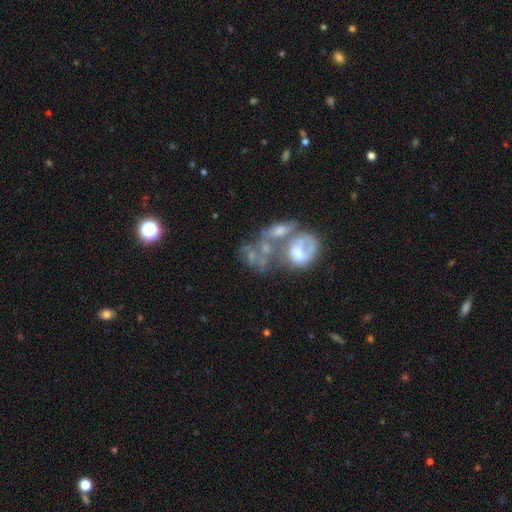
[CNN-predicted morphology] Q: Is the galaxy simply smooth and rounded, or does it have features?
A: featured or disk — 54%.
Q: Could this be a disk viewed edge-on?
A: no — 96%.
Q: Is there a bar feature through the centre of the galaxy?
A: no — 86%.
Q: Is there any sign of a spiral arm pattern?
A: no — 82%.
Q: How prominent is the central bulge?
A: none — 44%.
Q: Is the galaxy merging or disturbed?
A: merger — 60%.